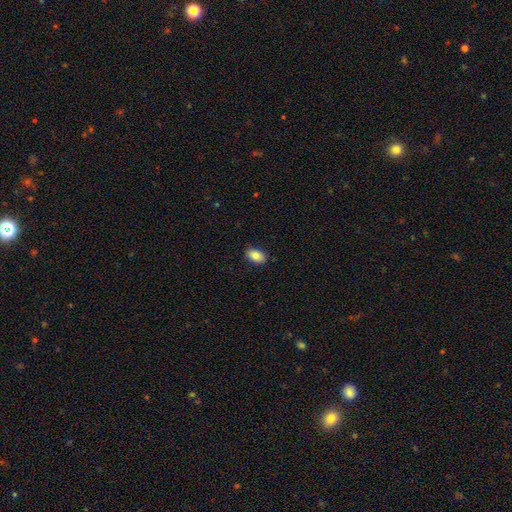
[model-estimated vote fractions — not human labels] Smooth or featured? smooth (85%)
How rounded? in between (90%)
Merging? none (88%)